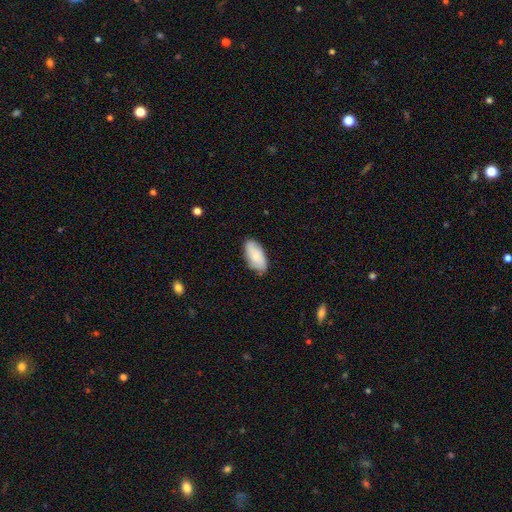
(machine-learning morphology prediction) This appears to be a smooth galaxy with no disk features (68%) that is in between round and cigar-shaped (93%). Merging: none (80%).